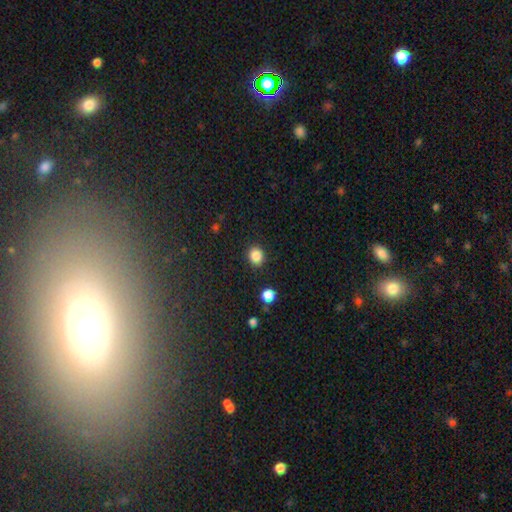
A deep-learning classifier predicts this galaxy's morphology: smooth-or-featured: smooth: 86% | star or artifact: 10% | featured or disk: 4%
  how-rounded: round: 69% | in between: 30% | cigar-shaped: 1%
  merging: none: 87% | minor disturbance: 9% | major disturbance: 3% | merger: 2%